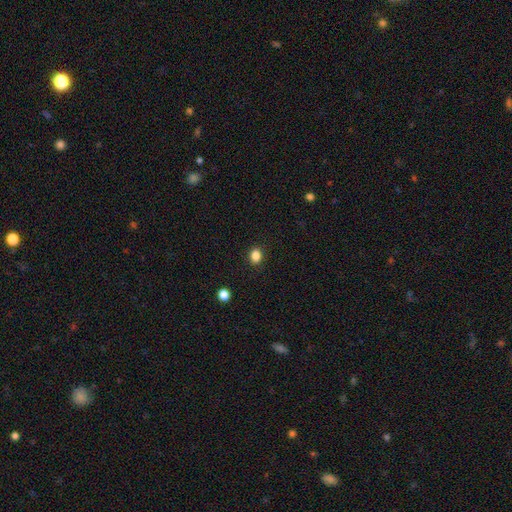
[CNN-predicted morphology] Smooth or featured? smooth (85%)
How rounded? in between (50%)
Merging? none (89%)